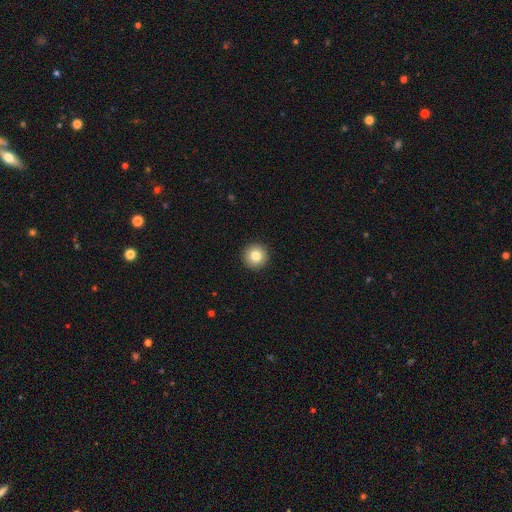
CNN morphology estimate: Smooth or featured: smooth — 82% (star or artifact — 10%)
How rounded: round — 96% (in between — 3%)
Merging: none — 93% (minor disturbance — 4%)